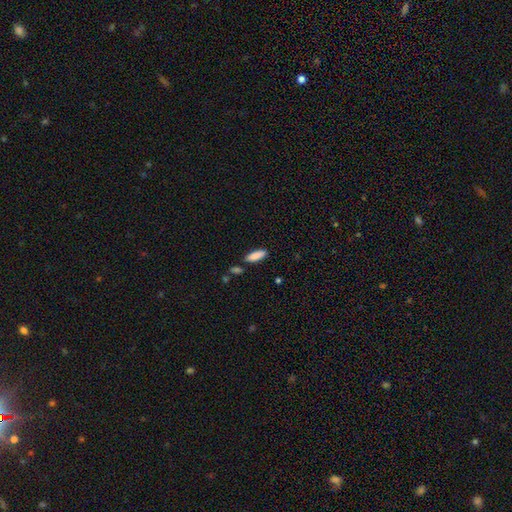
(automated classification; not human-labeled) This appears to be a smooth galaxy with no disk features (86%) that is in between round and cigar-shaped (56%). Merging: none (79%).